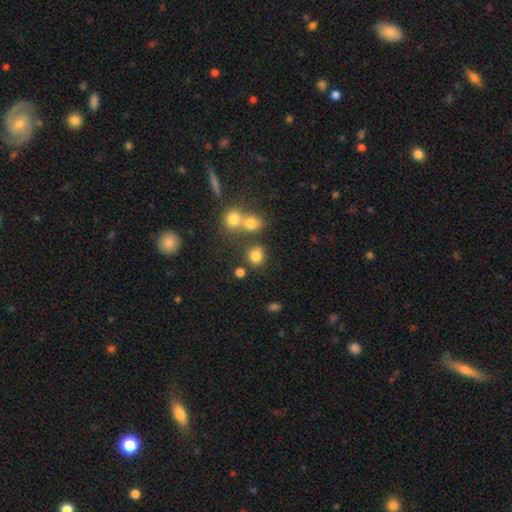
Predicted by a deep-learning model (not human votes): smooth_or_featured: smooth (p=0.79) [alt: star or artifact p=0.14]
how_rounded: round (p=0.81) [alt: in between p=0.18]
merging: none (p=0.67) [alt: merger p=0.19]